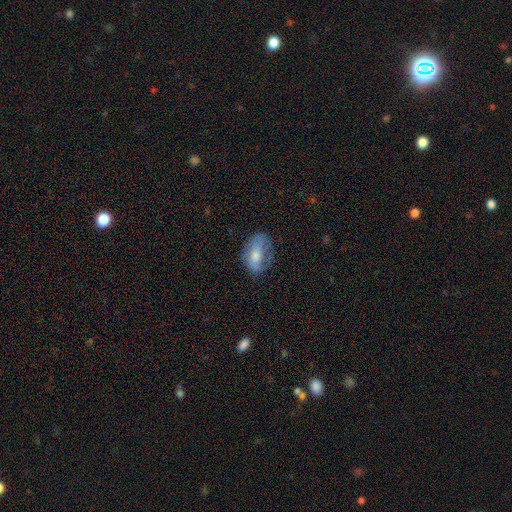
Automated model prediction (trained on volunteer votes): Smooth or featured?
  - smooth: 54% *
  - featured or disk: 39%
  - star or artifact: 8%
How rounded?
  - in between: 86% *
  - round: 11%
  - cigar-shaped: 3%
Merging?
  - none: 59% *
  - minor disturbance: 27%
  - major disturbance: 12%
  - merger: 2%